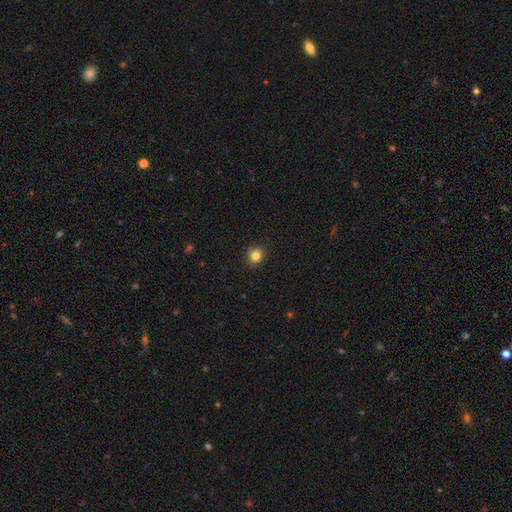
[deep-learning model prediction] Smooth or featured? smooth (82%)
How rounded? round (85%)
Merging? none (89%)